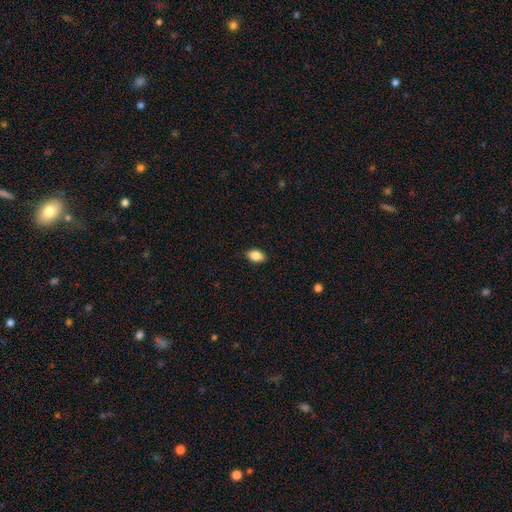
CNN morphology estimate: This is clearly a smooth galaxy (86%). How rounded: clearly in between (88%). Merging: clearly none (88%).